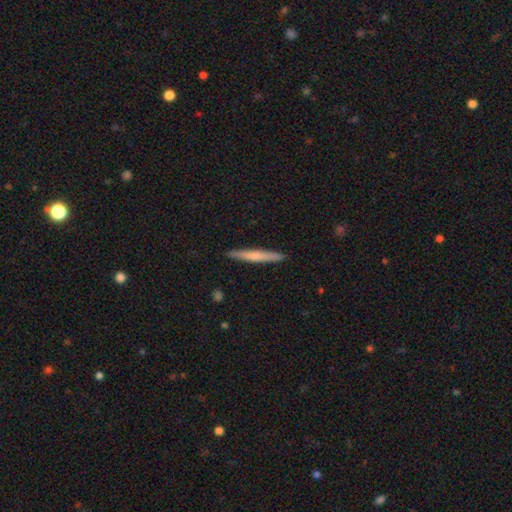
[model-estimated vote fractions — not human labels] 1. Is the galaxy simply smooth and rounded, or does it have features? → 56% smooth, 38% featured or disk, 5% star or artifact.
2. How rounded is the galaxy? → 96% cigar-shaped, 3% in between, 1% round.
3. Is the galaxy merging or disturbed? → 92% none, 6% minor disturbance, 1% major disturbance, 1% merger.